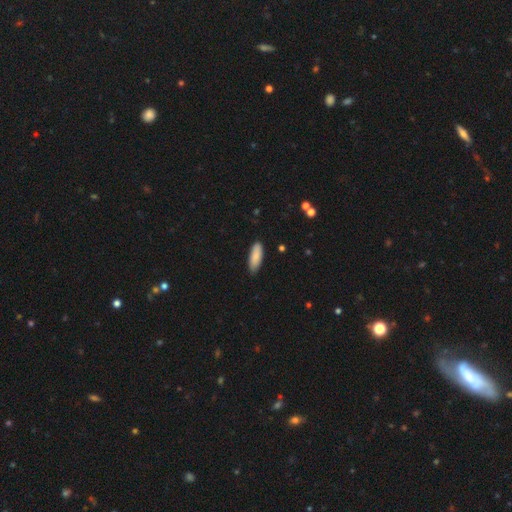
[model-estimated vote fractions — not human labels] Smooth or featured?
  - smooth: 88% *
  - featured or disk: 7%
  - star or artifact: 6%
How rounded?
  - in between: 65% *
  - cigar-shaped: 33%
  - round: 2%
Merging?
  - none: 85% *
  - minor disturbance: 12%
  - major disturbance: 2%
  - merger: 1%